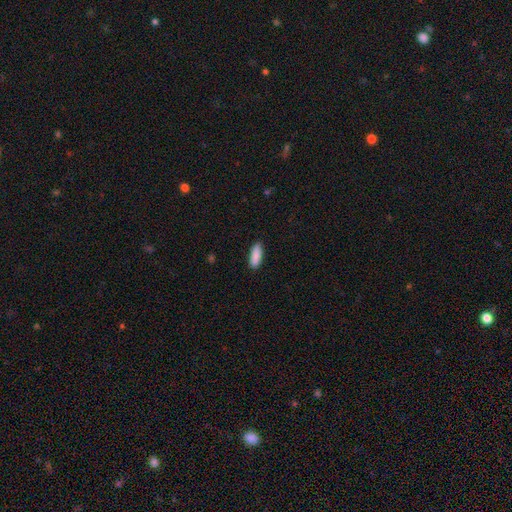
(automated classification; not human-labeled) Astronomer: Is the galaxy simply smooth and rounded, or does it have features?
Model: smooth — 90%.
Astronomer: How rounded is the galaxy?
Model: in between — 62%.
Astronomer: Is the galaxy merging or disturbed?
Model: none — 89%.